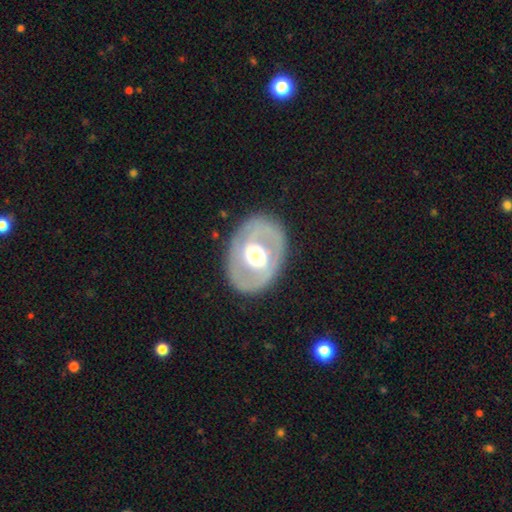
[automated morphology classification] This appears to be a featured or disk galaxy (67%) with no bar (63%), no spiral arms (68%) and a moderate central bulge (55%). Merging: none (81%).